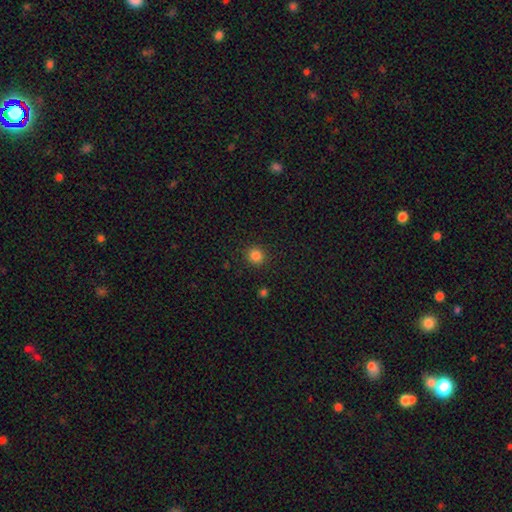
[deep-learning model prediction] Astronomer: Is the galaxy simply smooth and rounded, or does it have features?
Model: smooth — 84%.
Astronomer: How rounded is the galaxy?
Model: round — 88%.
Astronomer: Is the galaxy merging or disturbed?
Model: none — 90%.